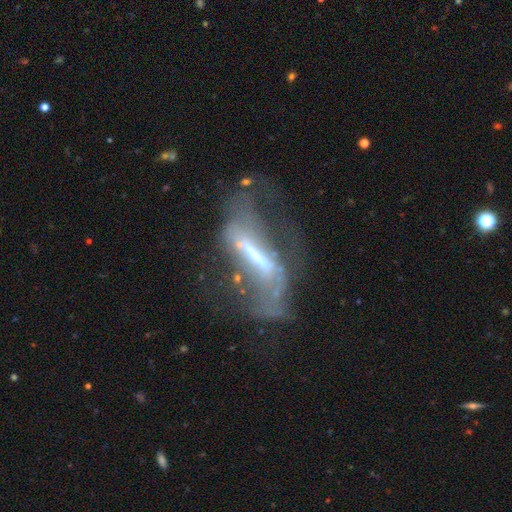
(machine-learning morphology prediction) Smooth or featured?
  - featured or disk: 70% *
  - smooth: 20%
  - star or artifact: 10%
Edge-on disk?
  - no: 65% *
  - yes: 35%
Merging?
  - major disturbance: 45% *
  - none: 27%
  - minor disturbance: 18%
  - merger: 9%